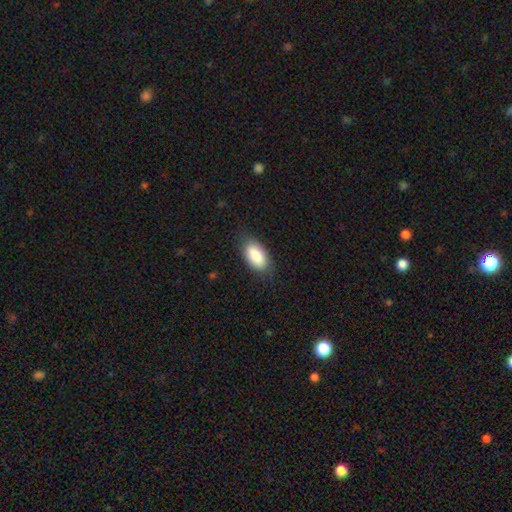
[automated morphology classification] Overall: smooth (86%). How rounded: in between (93%). Merging: none (80%).